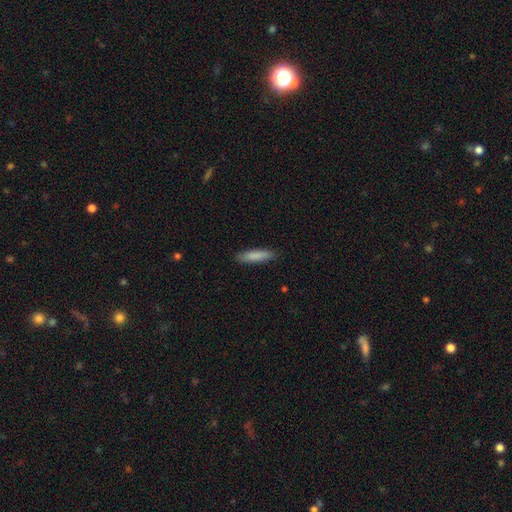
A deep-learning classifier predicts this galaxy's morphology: A smooth galaxy with no disk features (86%) that is cigar-shaped (76%).

Vote fractions:
- Smooth or featured? smooth: 86% / featured or disk: 9% / star or artifact: 6%
- How rounded? cigar-shaped: 76% / in between: 23% / round: 1%
- Merging? none: 89% / minor disturbance: 9% / major disturbance: 2% / merger: 1%